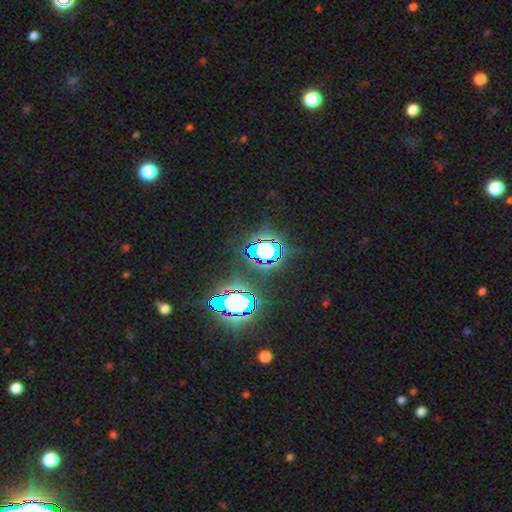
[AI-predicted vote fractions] smooth_or_featured: star or artifact (p=0.80) [alt: smooth p=0.12]